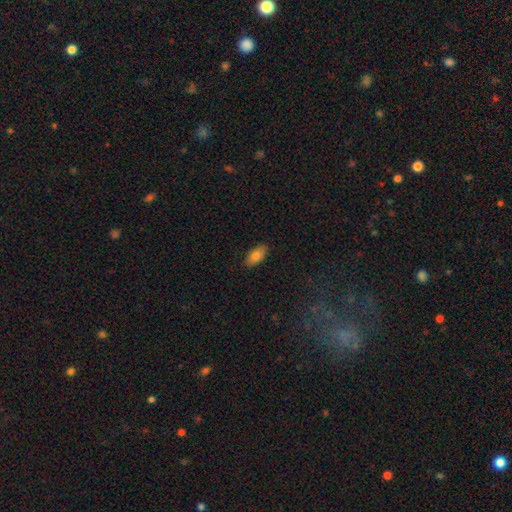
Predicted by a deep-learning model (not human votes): Smooth or featured? Predicted: smooth (p=0.80). How rounded? Predicted: in between (p=0.88). Merging? Predicted: none (p=0.88).